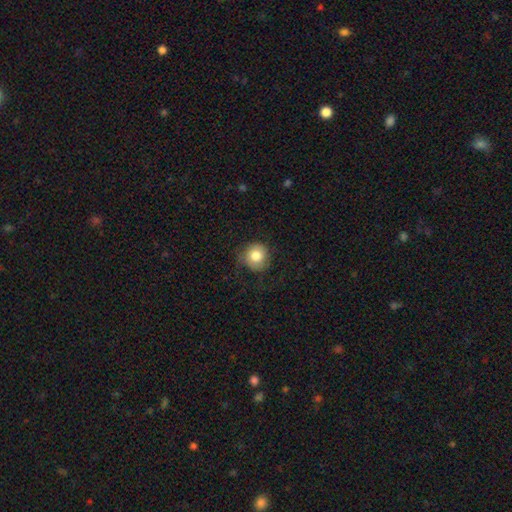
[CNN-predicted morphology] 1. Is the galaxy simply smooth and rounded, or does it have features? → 81% smooth, 9% featured or disk, 9% star or artifact.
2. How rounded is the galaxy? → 91% round, 8% in between, 1% cigar-shaped.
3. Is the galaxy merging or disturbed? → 77% none, 16% minor disturbance, 6% major disturbance, 1% merger.